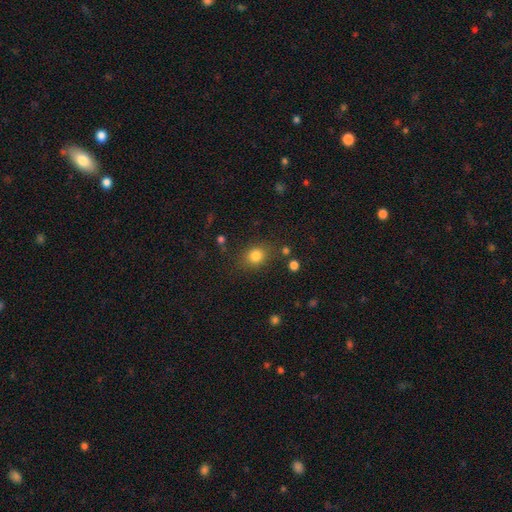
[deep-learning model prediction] This appears to be a smooth galaxy with no disk features (81%) that is round (60%). Merging: none (79%).